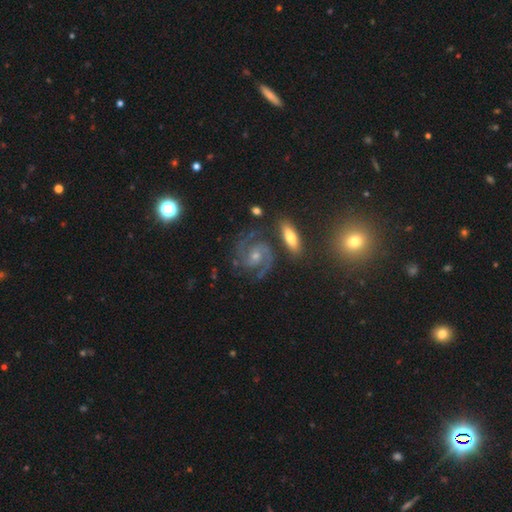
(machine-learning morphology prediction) This is clearly a featured or disk galaxy (88%). It is clearly not viewed edge-on (97%). Bar: possibly no (53%). Spiral arm pattern: clearly yes (98%). Spiral arm count: clearly 2 (84%). Spiral winding: possibly medium (49%). Central bulge: possibly small (53%). Merging: likely none (75%).